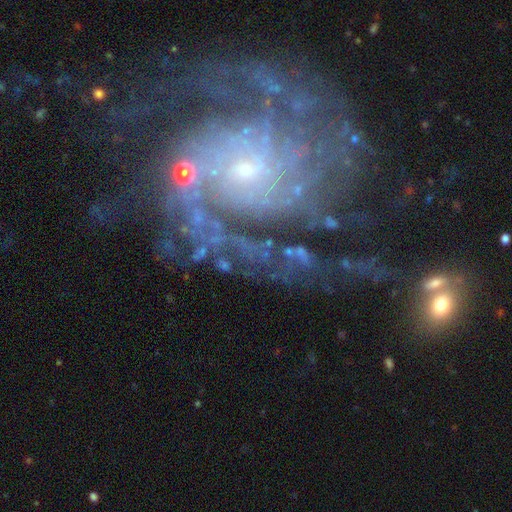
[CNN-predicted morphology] Overall: featured or disk (87%). Edge-on disk: no (98%). Bar: no (60%; weak 31%). Spiral arms: yes (97%). Spiral arm count: can't tell (25%; 2 21%). Spiral winding: tight (50%; medium 38%). Bulge size: small (79%). Merging: none (62%).